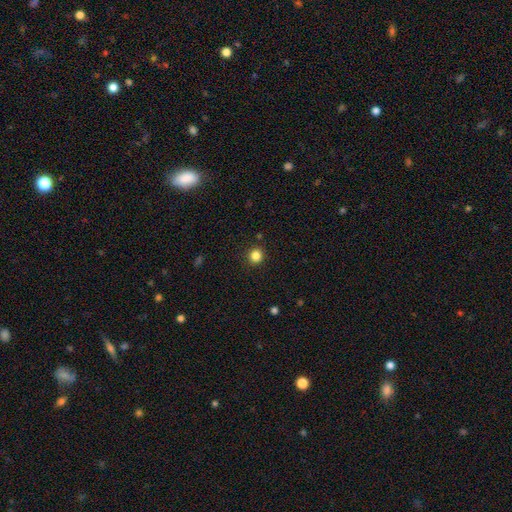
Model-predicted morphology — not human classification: A smooth galaxy with no disk features (83%) that is round (92%).

Vote fractions:
- Smooth or featured? smooth: 83% / star or artifact: 13% / featured or disk: 4%
- How rounded? round: 92% / in between: 8% / cigar-shaped: 1%
- Merging? none: 91% / minor disturbance: 6% / major disturbance: 2% / merger: 1%